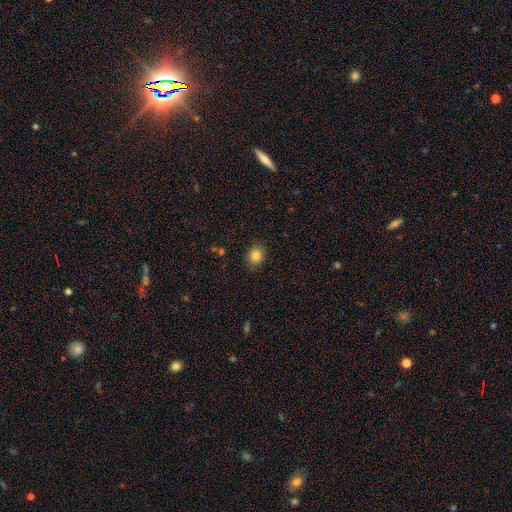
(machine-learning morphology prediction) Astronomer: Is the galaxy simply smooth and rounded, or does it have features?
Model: smooth — 83%.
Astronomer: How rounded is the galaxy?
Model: round — 72%.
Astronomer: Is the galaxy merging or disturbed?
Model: none — 88%.